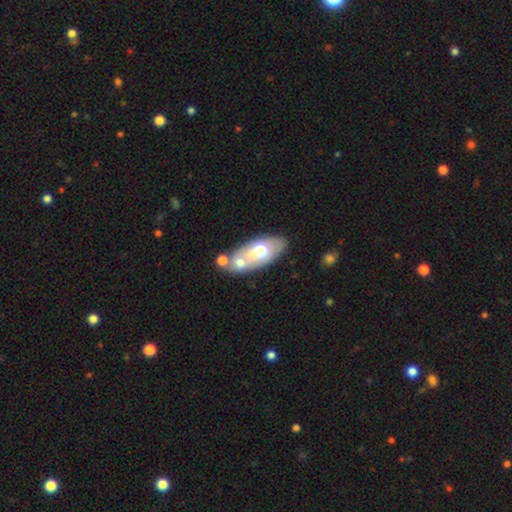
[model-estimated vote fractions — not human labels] Overall: smooth (49%; featured or disk 44%). Merging: none (57%; merger 24%).